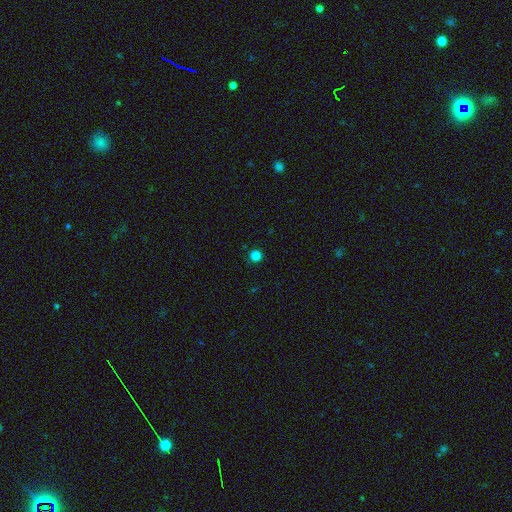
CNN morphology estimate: Overall: smooth (83%). How rounded: round (95%). Merging: none (91%).